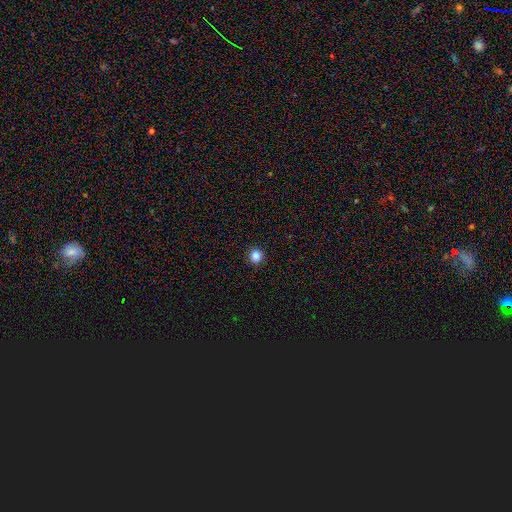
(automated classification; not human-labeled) Q: Smooth or featured?
A: smooth (84%); runner-up: star or artifact (12%)
Q: How rounded?
A: round (92%); runner-up: in between (7%)
Q: Merging?
A: none (93%); runner-up: minor disturbance (5%)